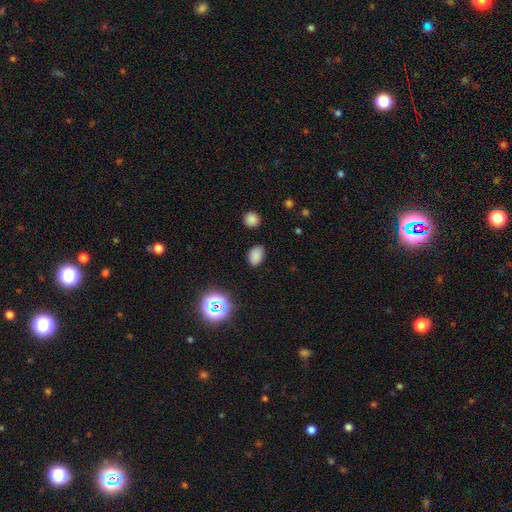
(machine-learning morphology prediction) smooth_or_featured: smooth (p=0.79) [alt: star or artifact p=0.16]
how_rounded: in between (p=0.78) [alt: round p=0.21]
merging: none (p=0.82) [alt: minor disturbance p=0.12]